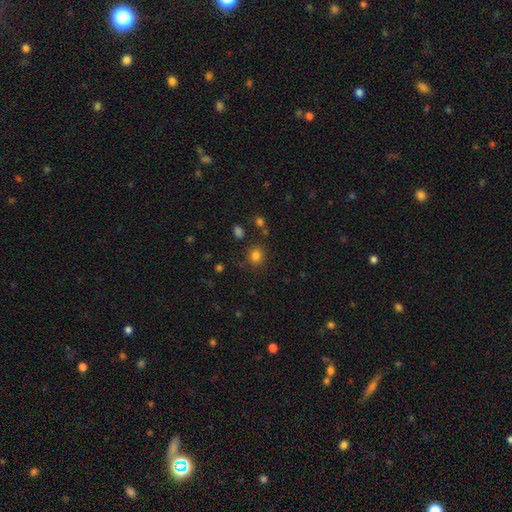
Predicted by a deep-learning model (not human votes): Overall: smooth (81%). How rounded: round (83%). Merging: none (82%).